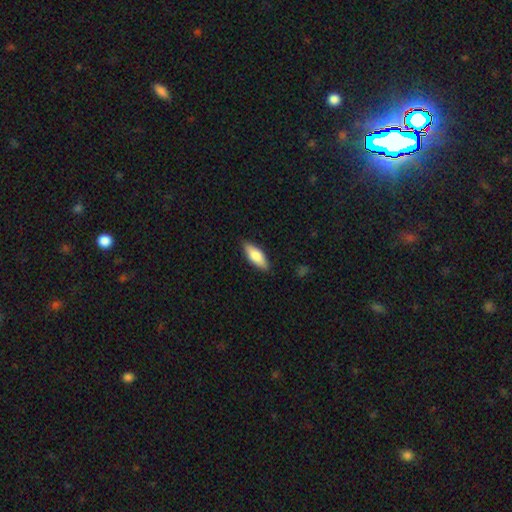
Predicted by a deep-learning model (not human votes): smooth 72%, featured or disk 22%, star or artifact 6%. Down the decision tree: how rounded — in between (67%); merging — none (87%).